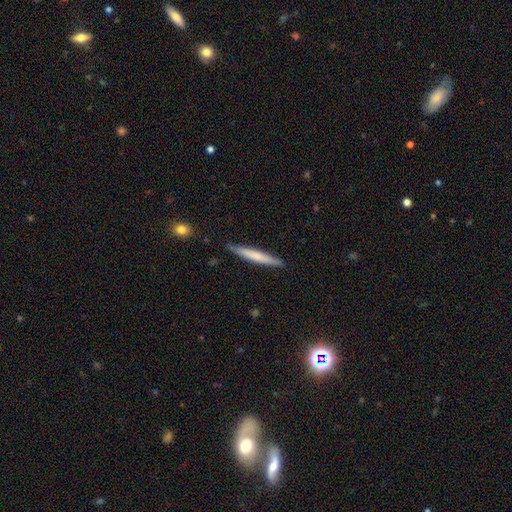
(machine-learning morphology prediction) Smooth or featured: smooth — 64% (featured or disk — 31%)
How rounded: cigar-shaped — 96% (in between — 3%)
Merging: none — 86% (minor disturbance — 11%)